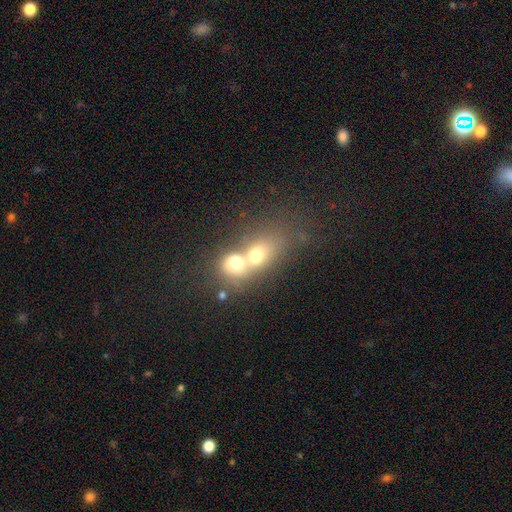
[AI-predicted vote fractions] Smooth or featured: smooth — 65% (featured or disk — 23%)
How rounded: in between — 55% (round — 42%)
Merging: merger — 75% (none — 15%)